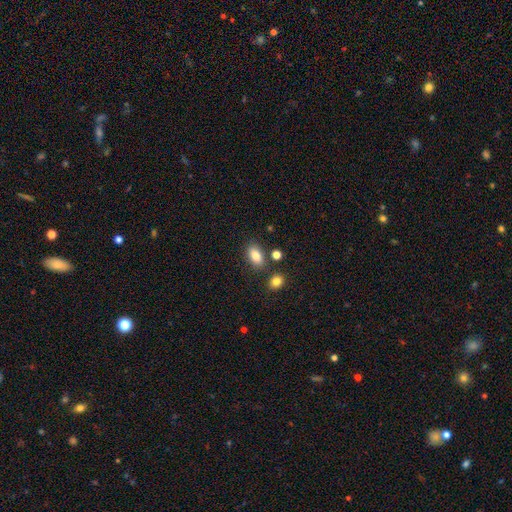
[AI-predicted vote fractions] smooth_or_featured: smooth (p=0.83) [alt: featured or disk p=0.09]
how_rounded: in between (p=0.87) [alt: round p=0.09]
merging: none (p=0.79) [alt: minor disturbance p=0.11]